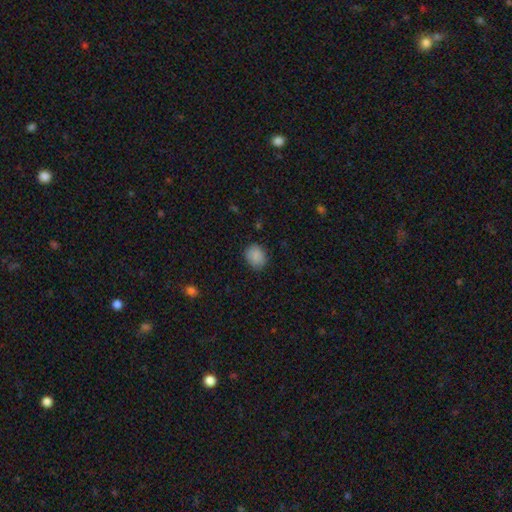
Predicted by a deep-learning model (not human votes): A smooth galaxy with no disk features (87%) that is round (60%).

Vote fractions:
- Smooth or featured? smooth: 87% / star or artifact: 9% / featured or disk: 4%
- How rounded? round: 60% / in between: 39% / cigar-shaped: 1%
- Merging? none: 83% / minor disturbance: 13% / major disturbance: 3% / merger: 1%